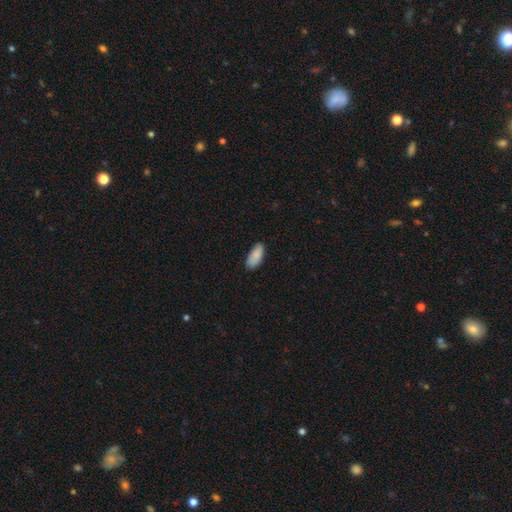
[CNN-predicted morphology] Smooth or featured: smooth — 87% (featured or disk — 7%)
How rounded: in between — 88% (cigar-shaped — 10%)
Merging: none — 79% (minor disturbance — 18%)